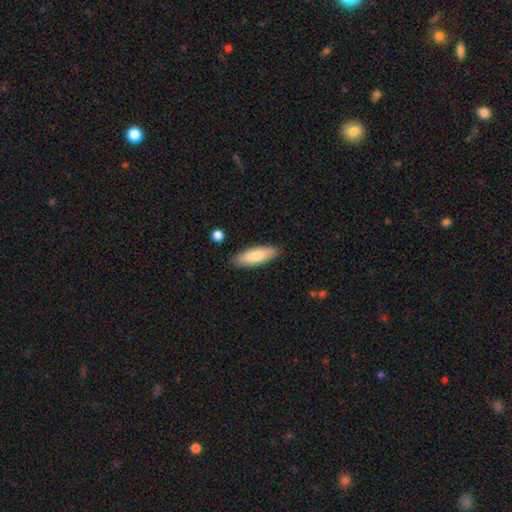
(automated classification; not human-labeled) This appears to be a smooth galaxy with no disk features (82%) that is in between round and cigar-shaped (58%). Merging: none (86%).